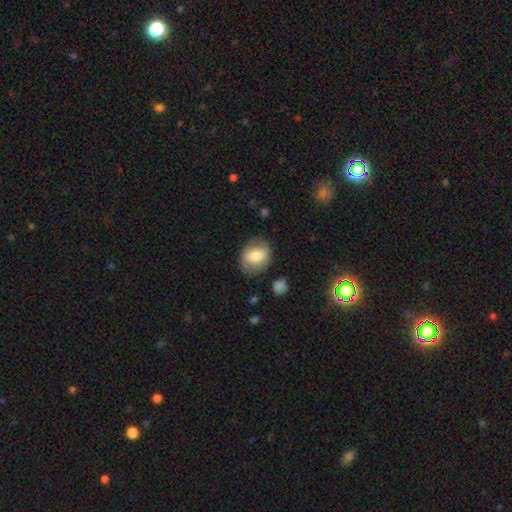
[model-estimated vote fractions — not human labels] smooth_or_featured: smooth (p=0.68) [alt: featured or disk p=0.24]
how_rounded: round (p=0.52) [alt: in between p=0.47]
merging: none (p=0.75) [alt: minor disturbance p=0.17]